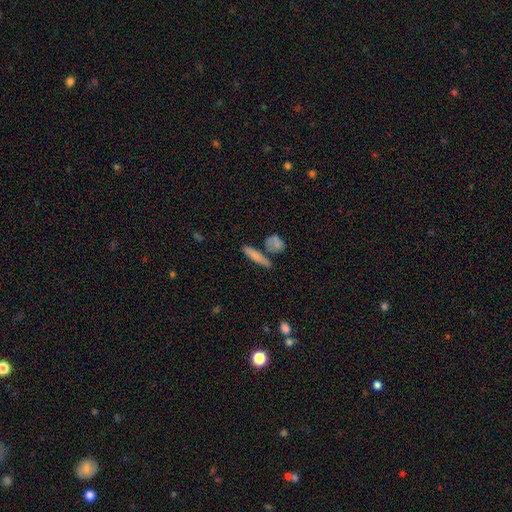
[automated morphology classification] type=smooth (72%); roundness=cigar-shaped (81%); merging=none (68%).